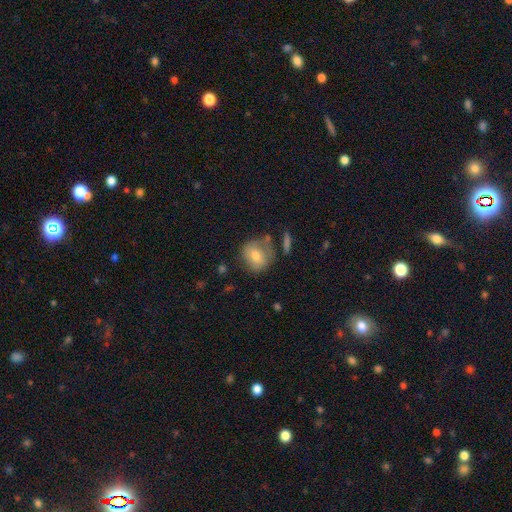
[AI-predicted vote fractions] A smooth galaxy with no disk features (69%) that is round (77%). Merging: none (66%).